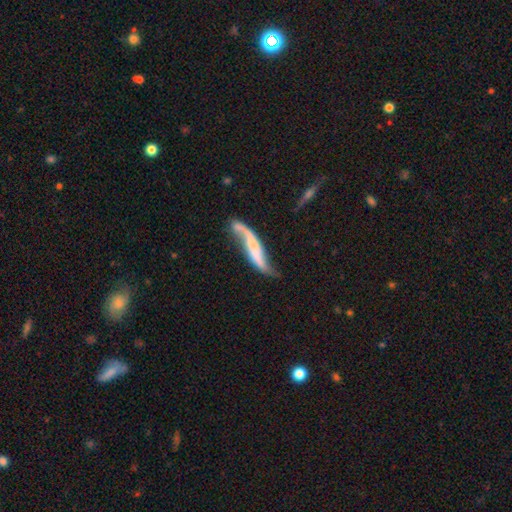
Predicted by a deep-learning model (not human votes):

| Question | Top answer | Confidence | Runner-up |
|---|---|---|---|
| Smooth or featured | featured or disk | 73% | smooth (21%) |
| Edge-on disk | no | 78% | yes (22%) |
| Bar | no | 50% | weak (27%) |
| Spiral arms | yes | 89% | no (11%) |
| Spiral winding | loose | 90% | medium (7%) |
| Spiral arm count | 2 | 84% | 1 (10%) |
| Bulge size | none | 49% | small (33%) |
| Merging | none | 49% | minor disturbance (25%) |